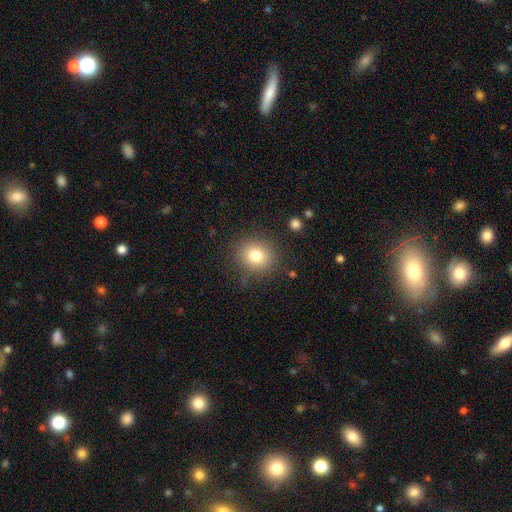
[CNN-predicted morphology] The model was most divided on "how rounded": round: 81%, in between: 18%, cigar-shaped: 1%. More confident: merging — none (86%); smooth or featured — smooth (78%).